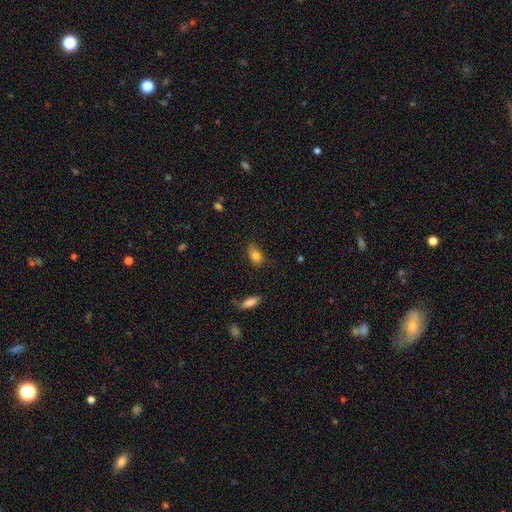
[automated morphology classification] This appears to be a smooth galaxy with no disk features (81%) that is in between round and cigar-shaped (81%). Merging: none (69%).